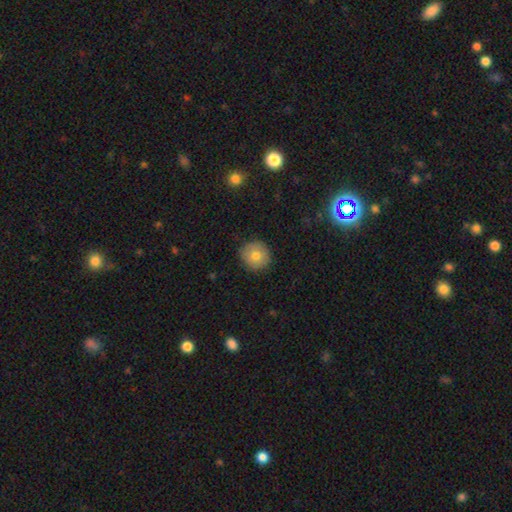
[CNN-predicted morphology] smooth_or_featured: smooth (p=0.76) [alt: featured or disk p=0.15]
how_rounded: round (p=0.92) [alt: in between p=0.07]
merging: none (p=0.87) [alt: minor disturbance p=0.10]